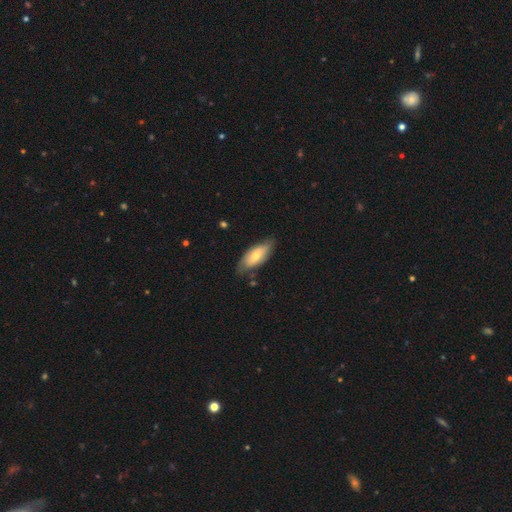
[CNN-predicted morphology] type=smooth (62%); roundness=in between (81%); merging=none (72%).